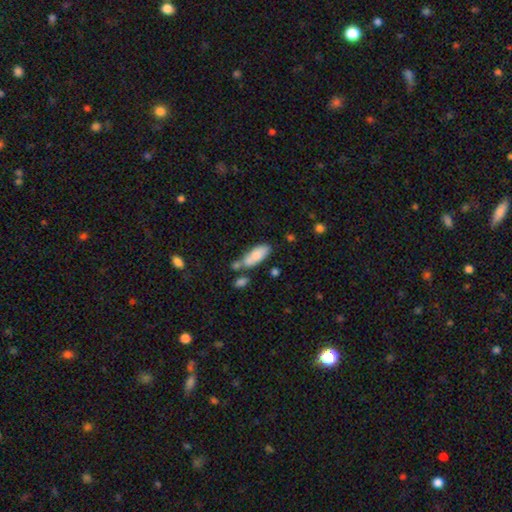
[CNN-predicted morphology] A smooth galaxy with no disk features (76%) that is in between round and cigar-shaped (79%). Merging: none (45%).